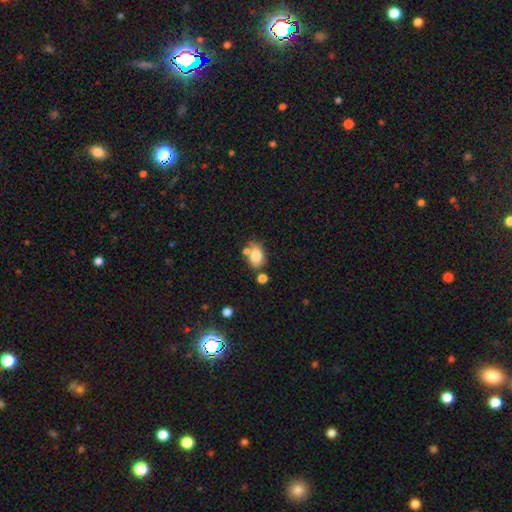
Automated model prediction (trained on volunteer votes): A smooth galaxy with no disk features (76%) that is in between round and cigar-shaped (74%). Merging: none (53%).